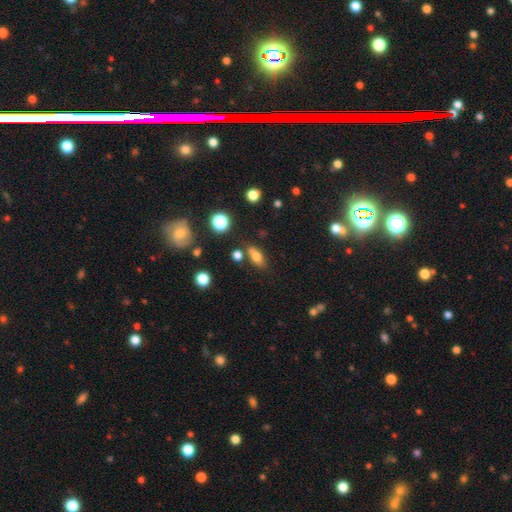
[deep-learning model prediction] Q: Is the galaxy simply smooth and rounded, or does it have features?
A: smooth — 73%.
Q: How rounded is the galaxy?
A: in between — 78%.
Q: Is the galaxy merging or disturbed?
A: none — 69%.